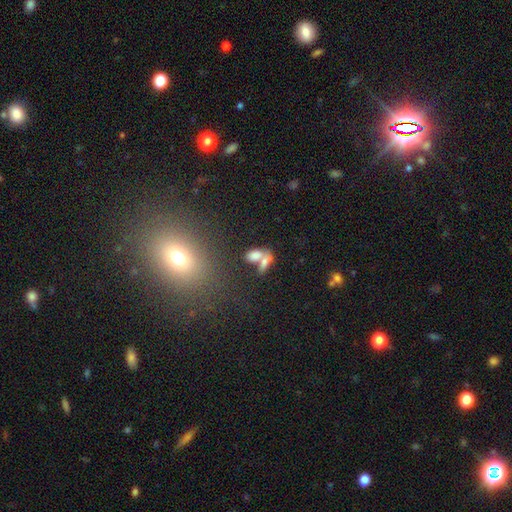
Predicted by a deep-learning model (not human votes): A smooth galaxy with no disk features (72%) that is in between round and cigar-shaped (84%). Merging: merger (57%).